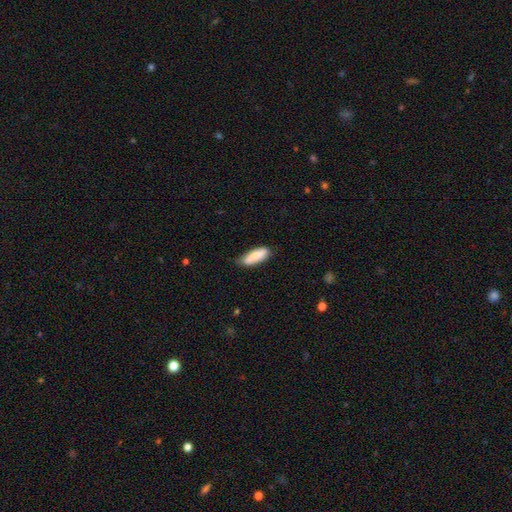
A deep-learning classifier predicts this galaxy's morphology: Smooth or featured?
  - smooth: 81% *
  - featured or disk: 13%
  - star or artifact: 6%
How rounded?
  - in between: 62% *
  - cigar-shaped: 36%
  - round: 2%
Merging?
  - none: 64% *
  - minor disturbance: 28%
  - major disturbance: 5%
  - merger: 3%